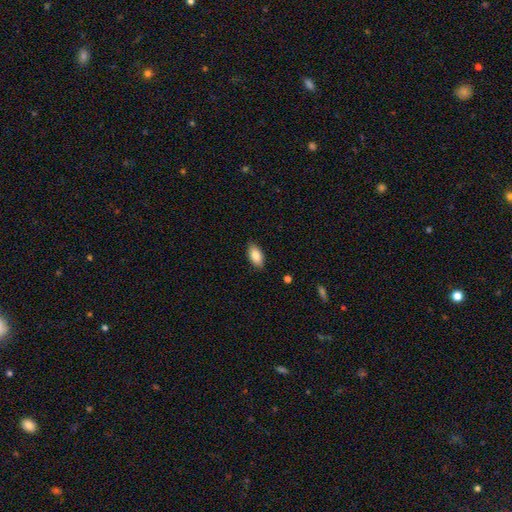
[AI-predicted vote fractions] smooth 86%, featured or disk 8%, star or artifact 7%. Down the decision tree: how rounded — in between (92%); merging — none (87%).